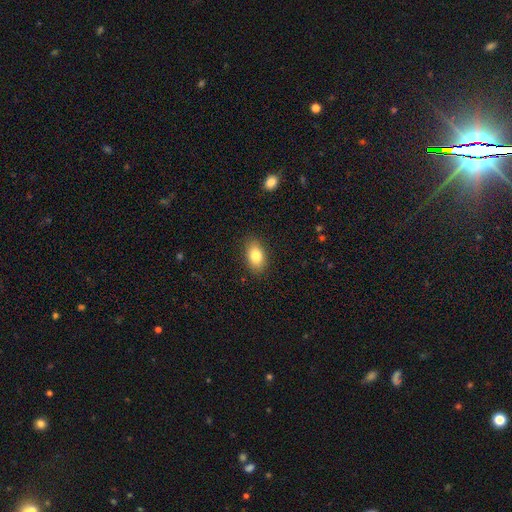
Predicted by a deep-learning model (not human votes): smooth_or_featured: smooth (p=0.82) [alt: featured or disk p=0.10]
how_rounded: in between (p=0.88) [alt: round p=0.09]
merging: none (p=0.87) [alt: minor disturbance p=0.09]